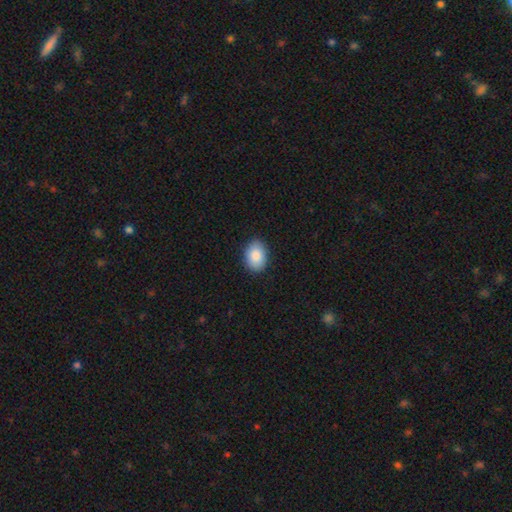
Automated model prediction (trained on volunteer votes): This appears to be a smooth galaxy with no disk features (86%) that is in between round and cigar-shaped (78%). Merging: none (88%).